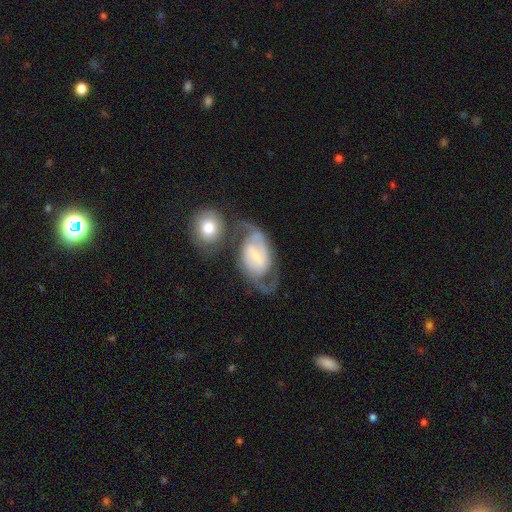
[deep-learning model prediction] Smooth or featured: featured or disk — 80% (smooth — 15%)
Edge-on disk: no — 96% (yes — 4%)
Bar: weak — 49% (no — 26%)
Spiral arms: yes — 92% (no — 8%)
Spiral winding: medium — 50% (tight — 26%)
Spiral arm count: 2 — 83% (can't tell — 9%)
Bulge size: small — 56% (moderate — 31%)
Merging: none — 43% (merger — 23%)